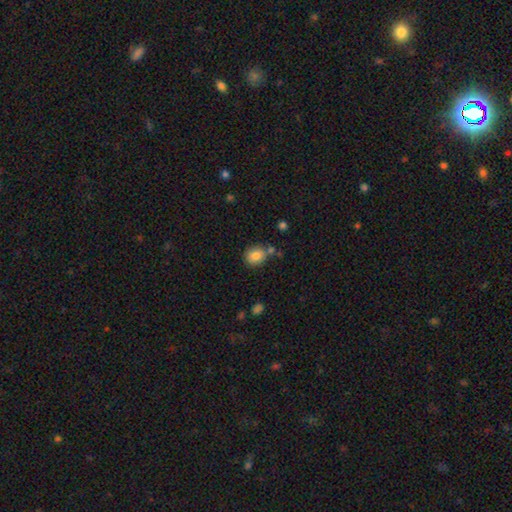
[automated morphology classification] The model was most divided on "how rounded": round: 70%, in between: 29%, cigar-shaped: 1%. More confident: smooth or featured — smooth (83%); merging — none (71%).